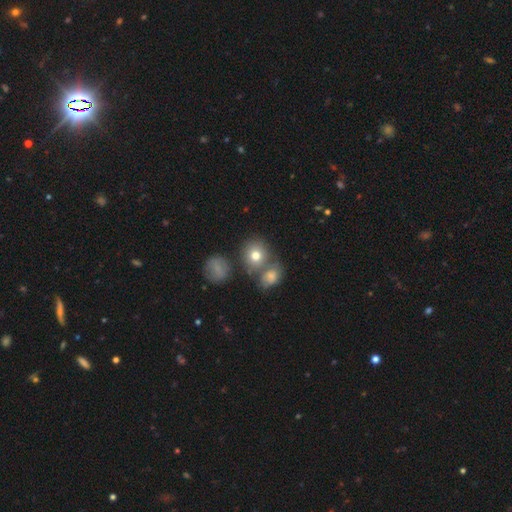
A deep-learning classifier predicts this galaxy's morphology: Smooth or featured?
  - smooth: 75% *
  - featured or disk: 13%
  - star or artifact: 11%
How rounded?
  - round: 79% *
  - in between: 20%
  - cigar-shaped: 1%
Merging?
  - none: 56% *
  - merger: 28%
  - minor disturbance: 11%
  - major disturbance: 5%